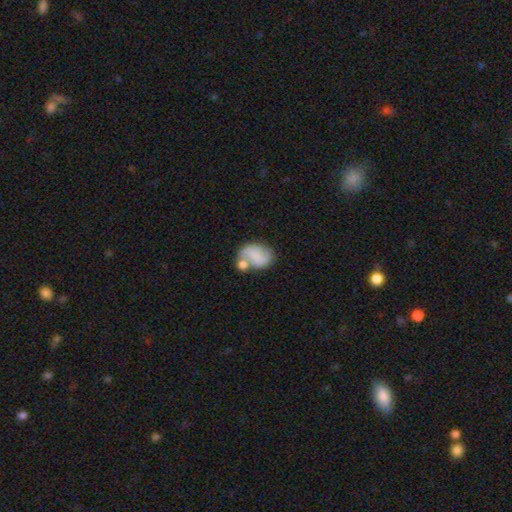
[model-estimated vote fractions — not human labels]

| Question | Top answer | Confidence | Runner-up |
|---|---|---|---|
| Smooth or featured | smooth | 48% | featured or disk (43%) |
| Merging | none | 42% | merger (30%) |